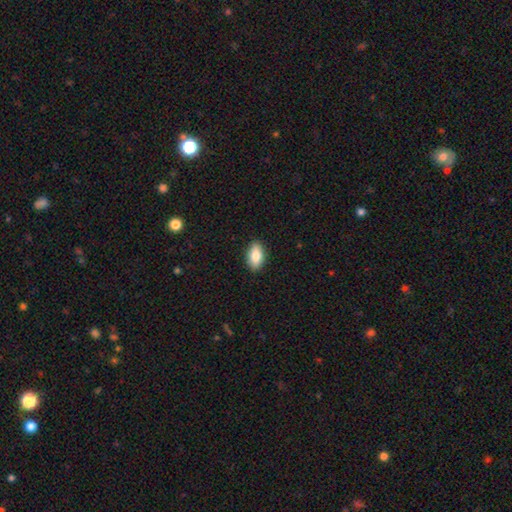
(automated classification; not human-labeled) This appears to be a smooth galaxy with no disk features (84%) that is in between round and cigar-shaped (92%). Merging: none (89%).